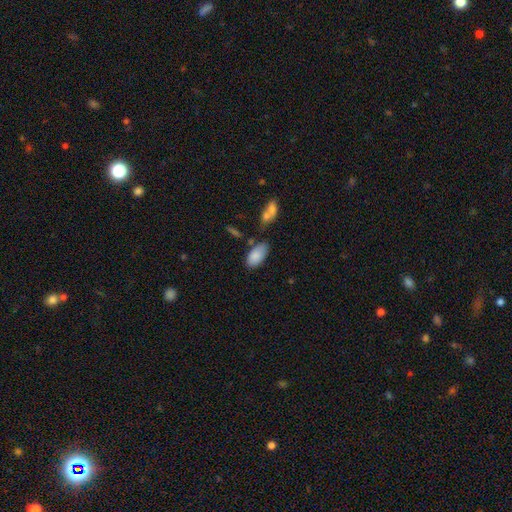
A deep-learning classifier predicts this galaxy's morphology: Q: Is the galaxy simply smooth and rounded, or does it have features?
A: smooth — 85%.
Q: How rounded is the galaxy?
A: in between — 94%.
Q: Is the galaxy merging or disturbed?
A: none — 58%.